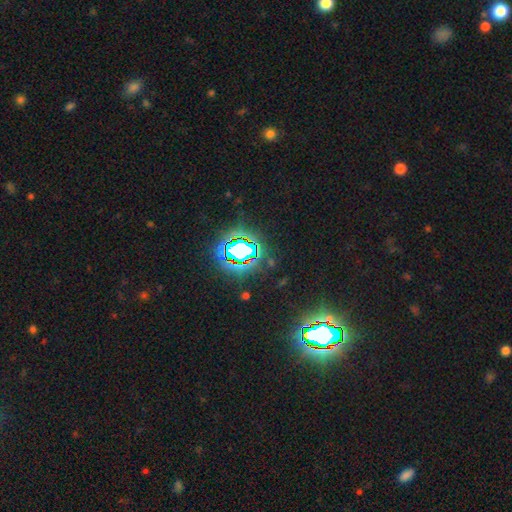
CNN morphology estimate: Overall: star or artifact (82%).